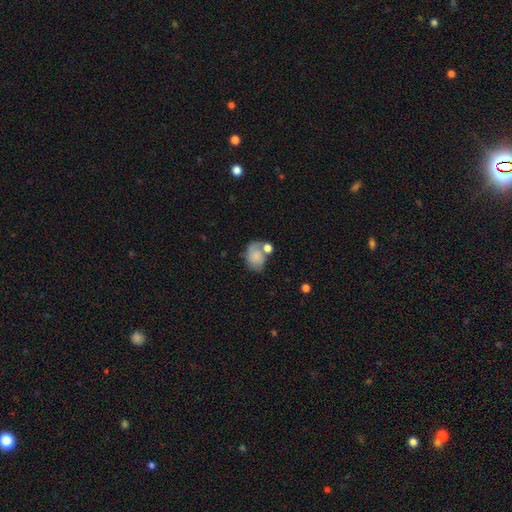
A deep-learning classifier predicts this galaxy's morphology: smooth 72%, featured or disk 19%, star or artifact 9%. Down the decision tree: how rounded — in between (59%); merging — none (35%).